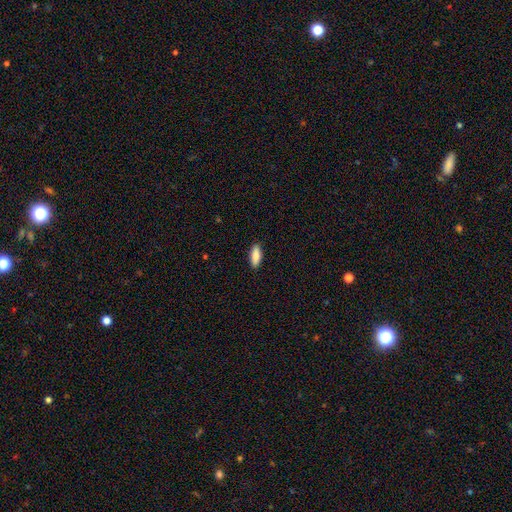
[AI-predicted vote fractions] Overall: smooth (85%). How rounded: in between (71%). Merging: none (89%).